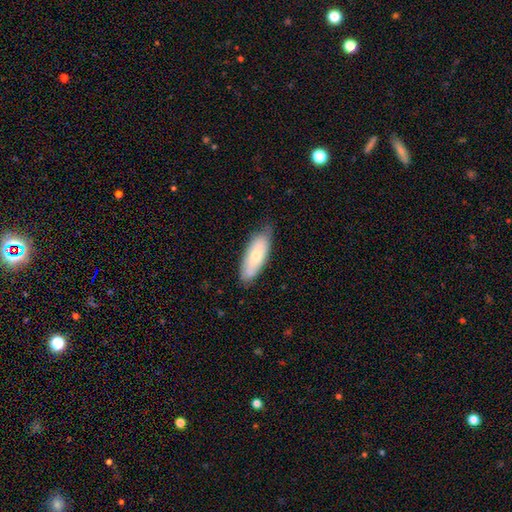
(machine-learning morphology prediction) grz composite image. It shows a smooth galaxy with no disk features (67%) that is in between round and cigar-shaped (71%). Merging: none (73%).